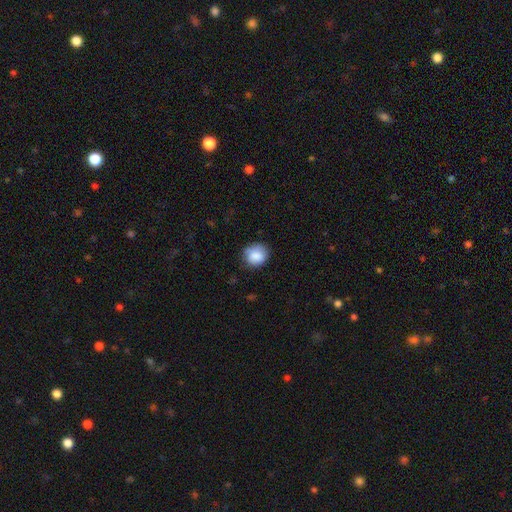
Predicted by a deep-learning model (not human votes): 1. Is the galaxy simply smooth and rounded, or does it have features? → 86% smooth, 8% star or artifact, 6% featured or disk.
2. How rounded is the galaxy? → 78% round, 21% in between, 1% cigar-shaped.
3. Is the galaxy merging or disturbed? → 73% none, 21% minor disturbance, 4% major disturbance, 1% merger.